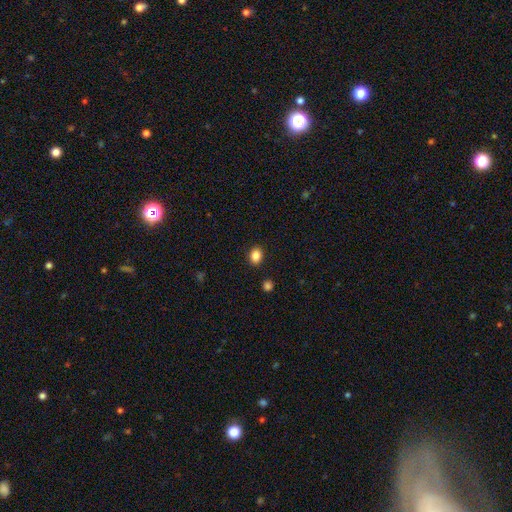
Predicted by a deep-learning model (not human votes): smooth 86%, star or artifact 10%, featured or disk 4%. Down the decision tree: how rounded — in between (55%); merging — none (89%).